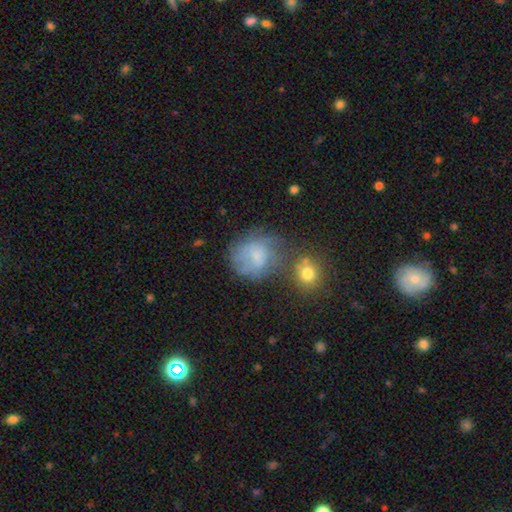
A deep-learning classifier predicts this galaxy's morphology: Smooth or featured?
  - smooth: 52% *
  - featured or disk: 36%
  - star or artifact: 13%
How rounded?
  - round: 71% *
  - in between: 28%
  - cigar-shaped: 1%
Merging?
  - none: 43% *
  - minor disturbance: 23%
  - major disturbance: 19%
  - merger: 15%